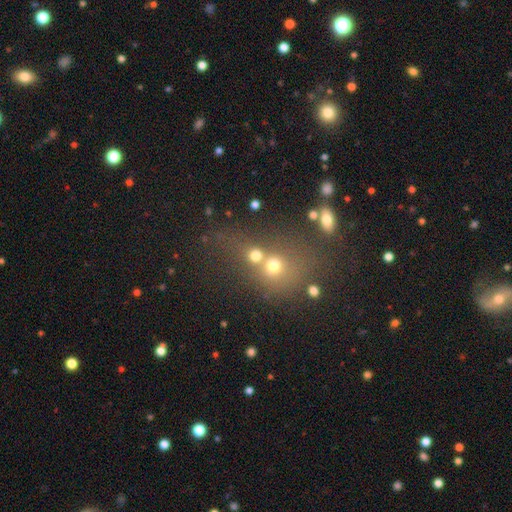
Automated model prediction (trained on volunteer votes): Smooth or featured: smooth — 65% (star or artifact — 21%)
How rounded: round — 78% (in between — 20%)
Merging: merger — 51% (none — 35%)